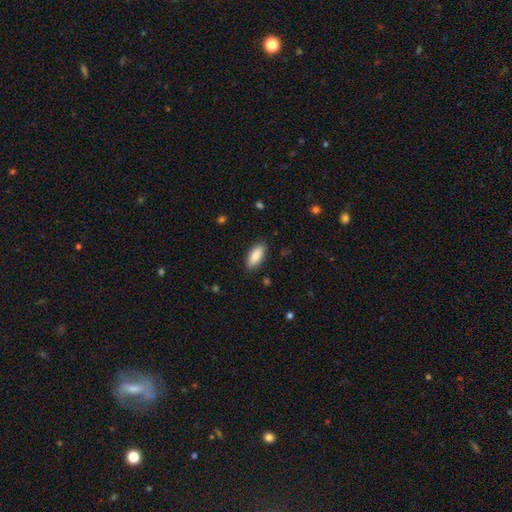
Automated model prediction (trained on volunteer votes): A smooth galaxy with no disk features (87%) that is in between round and cigar-shaped (84%).

Vote fractions:
- Smooth or featured? smooth: 87% / featured or disk: 7% / star or artifact: 6%
- How rounded? in between: 84% / cigar-shaped: 14% / round: 2%
- Merging? none: 85% / minor disturbance: 11% / major disturbance: 2% / merger: 1%